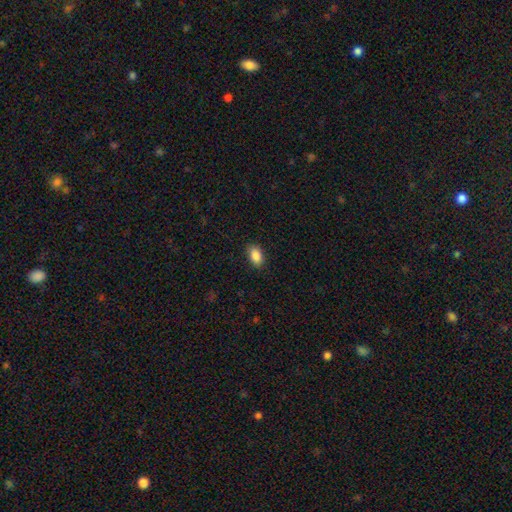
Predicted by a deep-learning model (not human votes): Smooth or featured?
  - smooth: 88% *
  - star or artifact: 8%
  - featured or disk: 4%
How rounded?
  - in between: 90% *
  - round: 8%
  - cigar-shaped: 2%
Merging?
  - none: 87% *
  - minor disturbance: 10%
  - major disturbance: 2%
  - merger: 1%